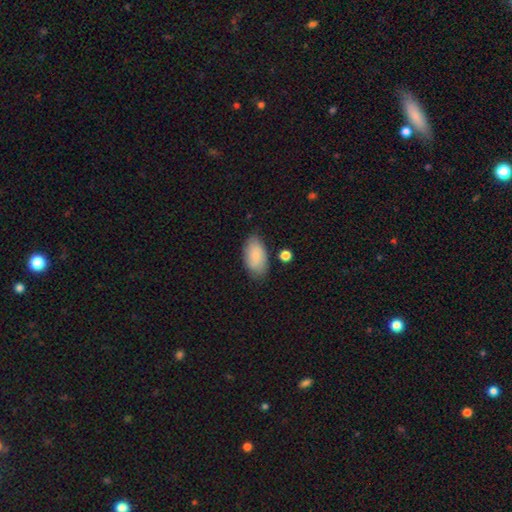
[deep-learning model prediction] Smooth or featured? Predicted: smooth (p=0.82). How rounded? Predicted: in between (p=0.94). Merging? Predicted: none (p=0.76).